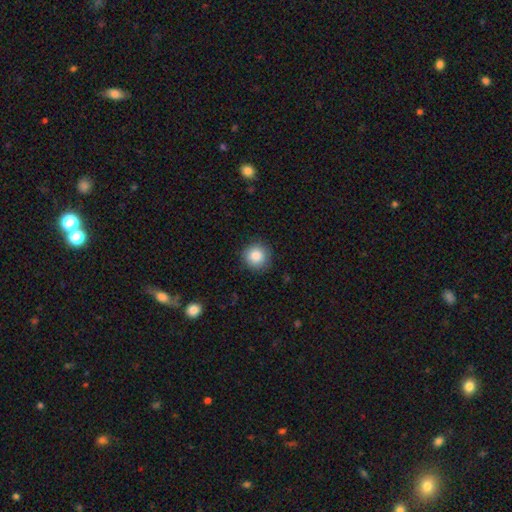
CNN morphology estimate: A smooth galaxy with no disk features (86%) that is round (93%). Merging: none (88%).